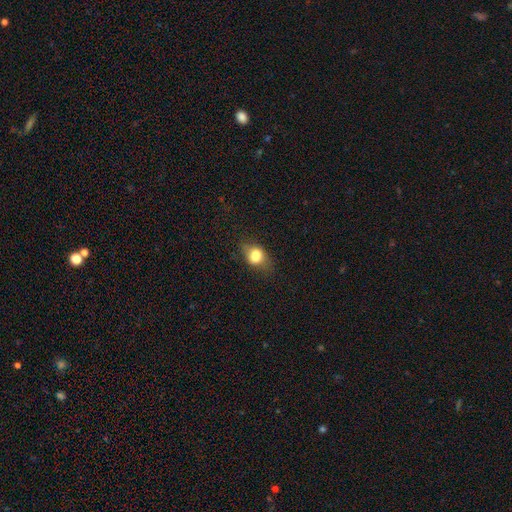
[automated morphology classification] smooth_or_featured: smooth (p=0.74) [alt: featured or disk p=0.15]
how_rounded: in between (p=0.65) [alt: round p=0.31]
merging: none (p=0.65) [alt: minor disturbance p=0.24]